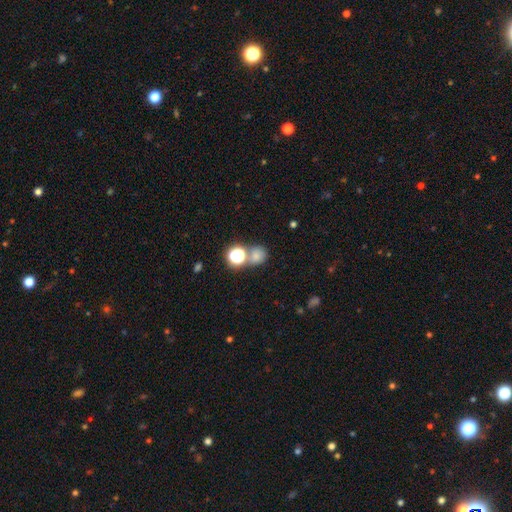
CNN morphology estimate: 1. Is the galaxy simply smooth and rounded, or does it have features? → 69% smooth, 23% star or artifact, 8% featured or disk.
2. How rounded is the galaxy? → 77% round, 22% in between, 1% cigar-shaped.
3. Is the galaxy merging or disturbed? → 54% none, 32% merger, 9% minor disturbance, 5% major disturbance.